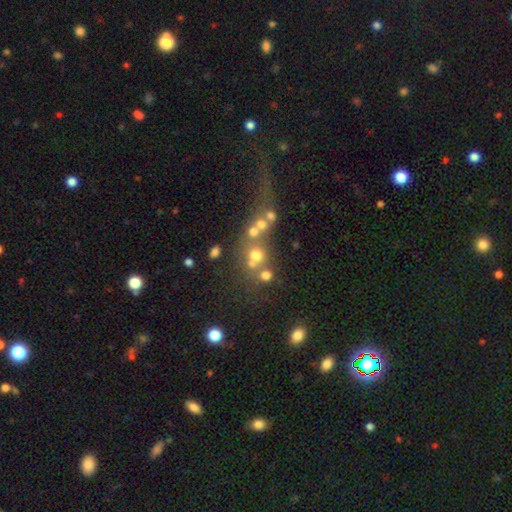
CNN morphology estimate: This is possibly a smooth galaxy (56%). How rounded: clearly round (81%). Merging: possibly none (47%).